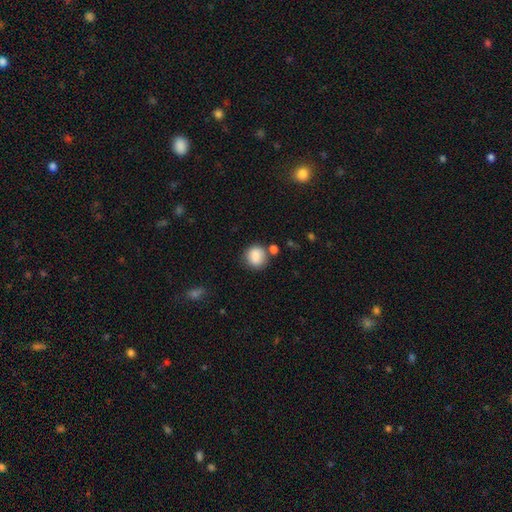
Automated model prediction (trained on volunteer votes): Smooth or featured: smooth — 85% (star or artifact — 9%)
How rounded: round — 80% (in between — 19%)
Merging: none — 69% (minor disturbance — 15%)